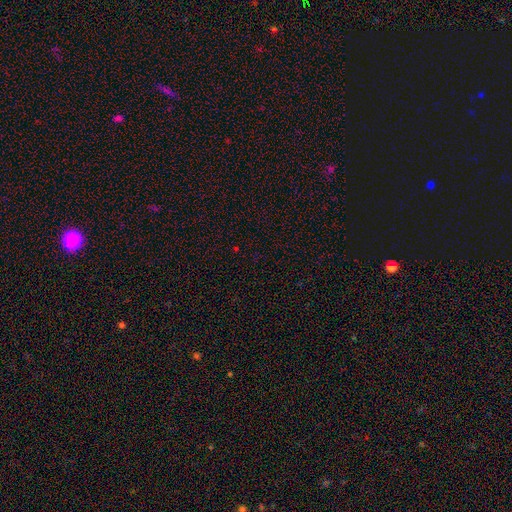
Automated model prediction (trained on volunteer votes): Q: Smooth or featured?
A: star or artifact (68%); runner-up: smooth (25%)